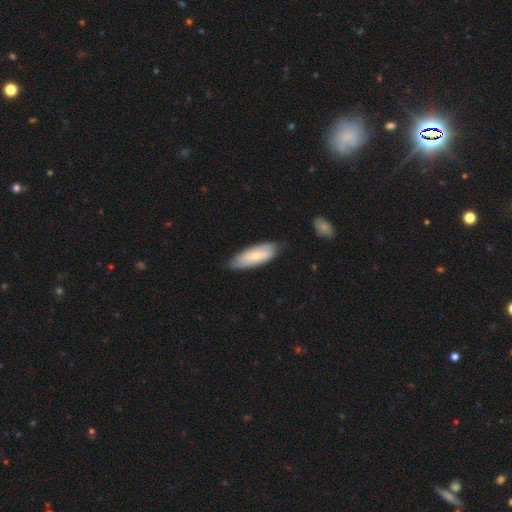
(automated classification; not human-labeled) Smooth or featured?
  - smooth: 58% *
  - featured or disk: 37%
  - star or artifact: 6%
How rounded?
  - in between: 67% *
  - cigar-shaped: 31%
  - round: 2%
Merging?
  - none: 73% *
  - minor disturbance: 22%
  - major disturbance: 4%
  - merger: 2%